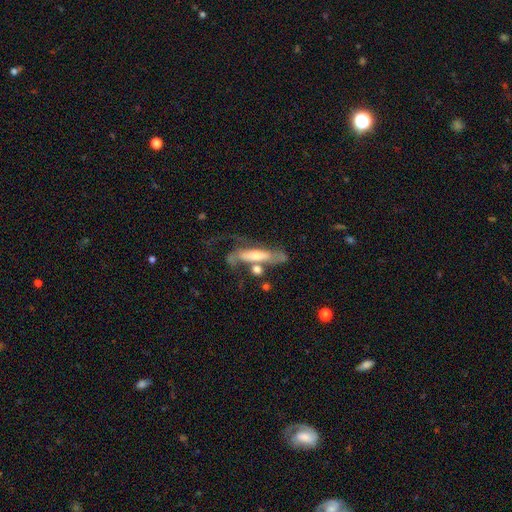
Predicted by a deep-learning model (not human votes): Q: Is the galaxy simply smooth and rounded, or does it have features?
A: featured or disk — 60%.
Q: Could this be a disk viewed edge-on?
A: no — 58%.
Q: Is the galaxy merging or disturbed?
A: major disturbance — 36%.